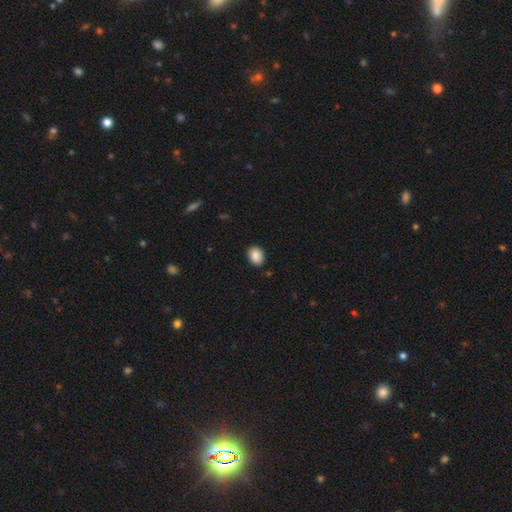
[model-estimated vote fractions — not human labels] A smooth galaxy with no disk features (89%) that is in between round and cigar-shaped (60%). Merging: none (87%).